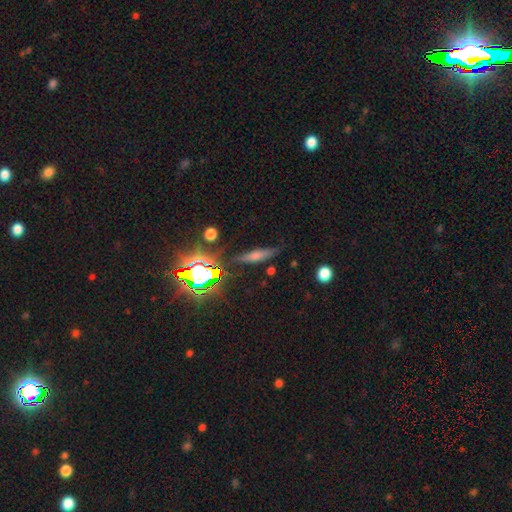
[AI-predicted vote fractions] Overall: smooth (38%; featured or disk 36%). Merging: none (79%).